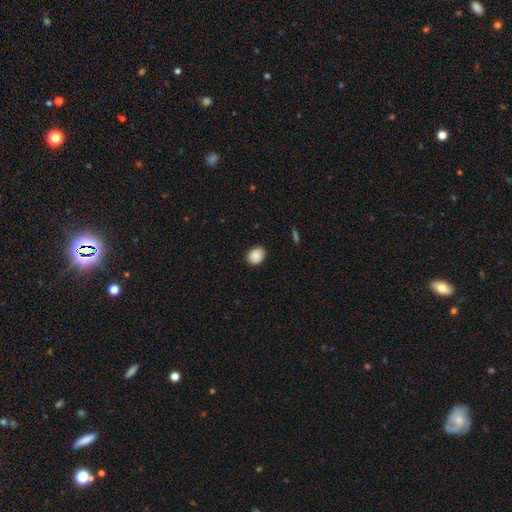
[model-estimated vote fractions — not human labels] smooth 89%, star or artifact 8%, featured or disk 4%. Down the decision tree: how rounded — round (57%); merging — none (85%).